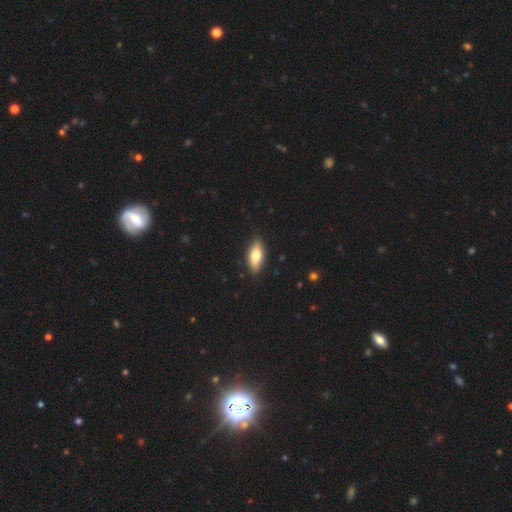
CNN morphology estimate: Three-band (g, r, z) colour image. It shows a smooth galaxy with no disk features (73%) that is in between round and cigar-shaped (79%). Merging: none (86%).